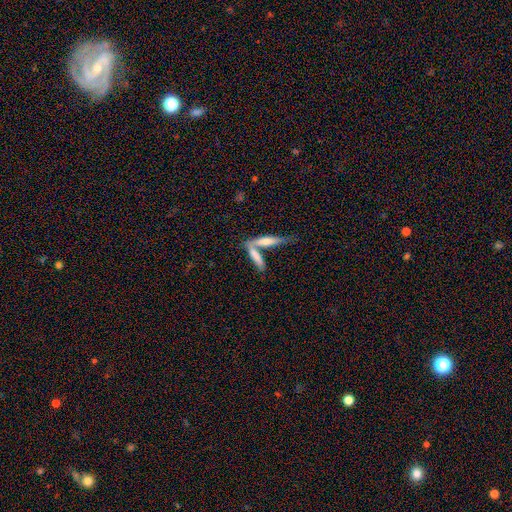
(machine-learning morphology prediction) smooth 64%, featured or disk 29%, star or artifact 7%. Down the decision tree: how rounded — cigar-shaped (78%); merging — merger (48%).